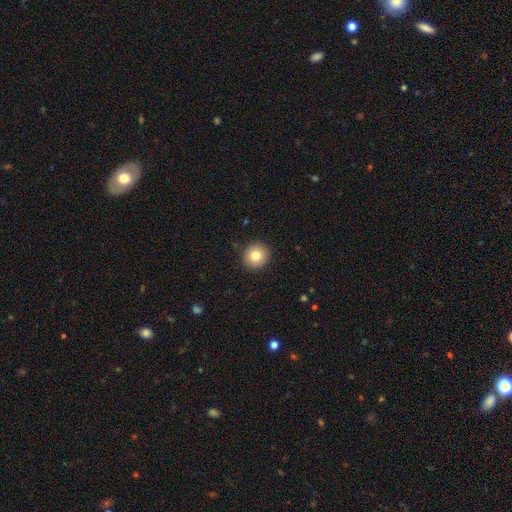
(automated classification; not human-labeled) Smooth or featured?
  - smooth: 80% *
  - star or artifact: 10%
  - featured or disk: 10%
How rounded?
  - round: 93% *
  - in between: 6%
  - cigar-shaped: 1%
Merging?
  - none: 92% *
  - minor disturbance: 5%
  - major disturbance: 2%
  - merger: 1%